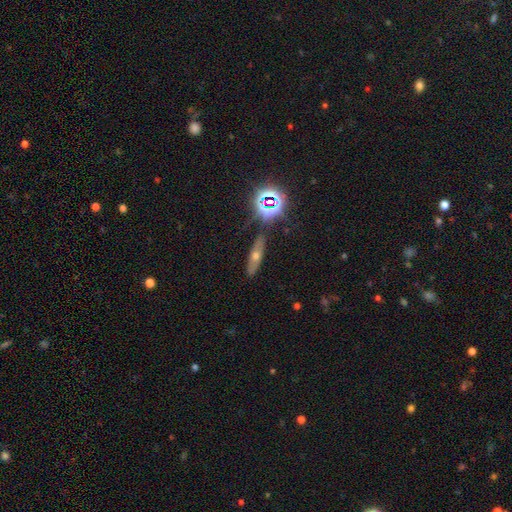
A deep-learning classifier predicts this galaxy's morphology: Q: Smooth or featured?
A: featured or disk (39%); runner-up: smooth (31%)
Q: Merging?
A: none (83%); runner-up: minor disturbance (11%)